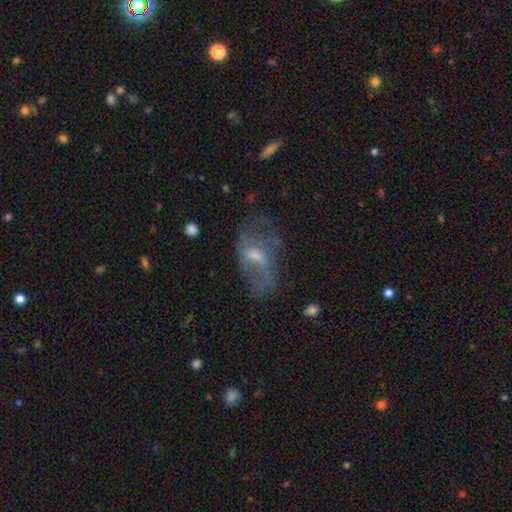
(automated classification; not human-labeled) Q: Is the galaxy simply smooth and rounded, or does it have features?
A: featured or disk — 58%.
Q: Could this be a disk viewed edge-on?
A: no — 94%.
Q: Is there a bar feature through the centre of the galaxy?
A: no — 48%.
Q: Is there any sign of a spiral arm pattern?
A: yes — 50%, tied with no.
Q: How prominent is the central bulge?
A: moderate — 47%.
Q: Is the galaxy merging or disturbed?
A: none — 42%.